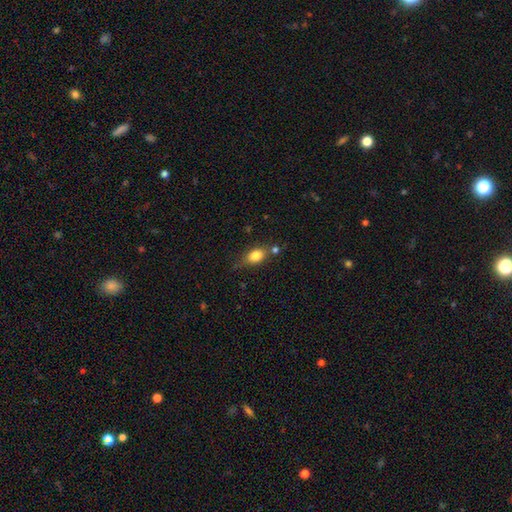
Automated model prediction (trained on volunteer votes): smooth 80%, featured or disk 11%, star or artifact 9%. Down the decision tree: how rounded — in between (75%); merging — none (59%).